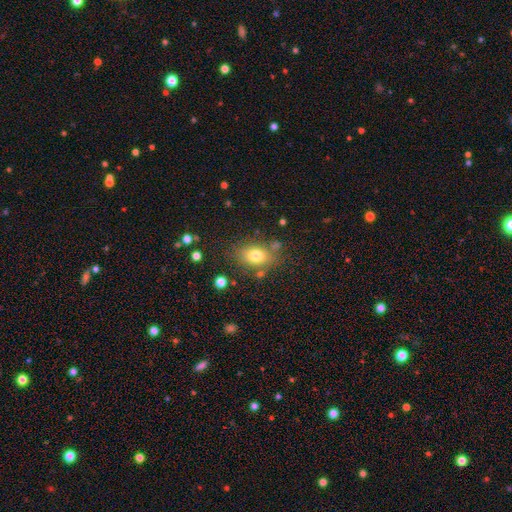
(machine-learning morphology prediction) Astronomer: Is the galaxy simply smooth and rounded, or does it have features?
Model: smooth — 76%.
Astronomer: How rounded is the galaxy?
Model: in between — 76%.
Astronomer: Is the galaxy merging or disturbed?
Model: none — 74%.